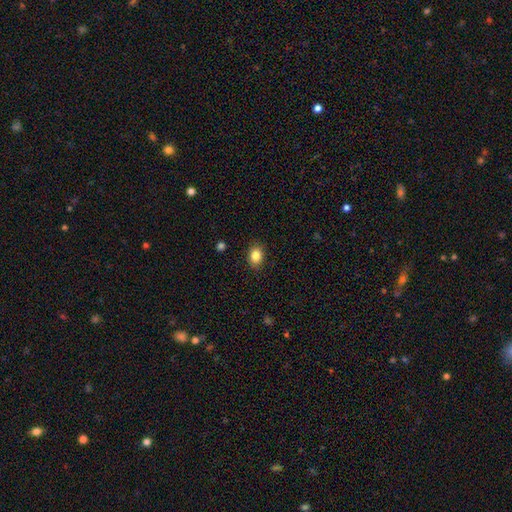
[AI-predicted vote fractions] This is clearly a smooth galaxy (84%). How rounded: possibly in between (57%). Merging: clearly none (88%).